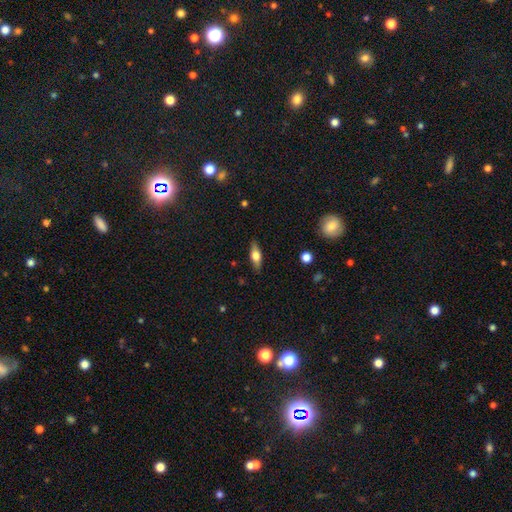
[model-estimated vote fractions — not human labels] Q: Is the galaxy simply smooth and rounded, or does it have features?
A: smooth — 57%.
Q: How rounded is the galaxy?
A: in between — 61%.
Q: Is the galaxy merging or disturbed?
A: none — 86%.